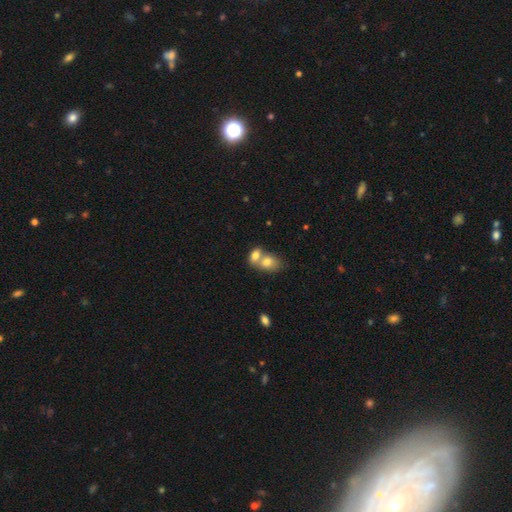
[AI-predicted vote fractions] A smooth galaxy with no disk features (77%) that is in between round and cigar-shaped (80%). Merging: merger (69%).